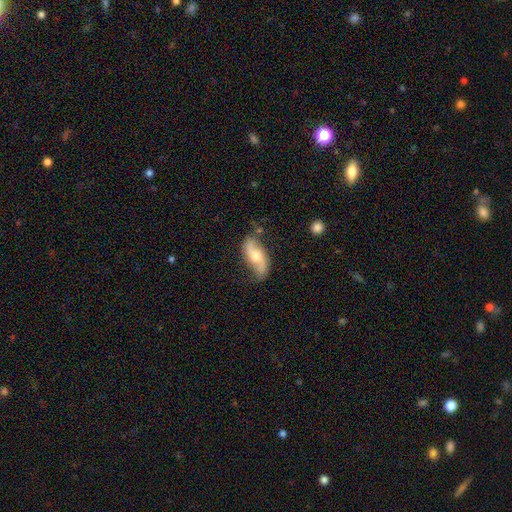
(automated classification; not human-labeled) Q: Smooth or featured?
A: featured or disk (64%); runner-up: smooth (30%)
Q: Edge-on disk?
A: no (88%); runner-up: yes (12%)
Q: Bar?
A: no (55%); runner-up: weak (33%)
Q: Spiral arms?
A: yes (88%); runner-up: no (12%)
Q: Bulge size?
A: moderate (62%); runner-up: small (25%)
Q: Merging?
A: none (67%); runner-up: minor disturbance (22%)